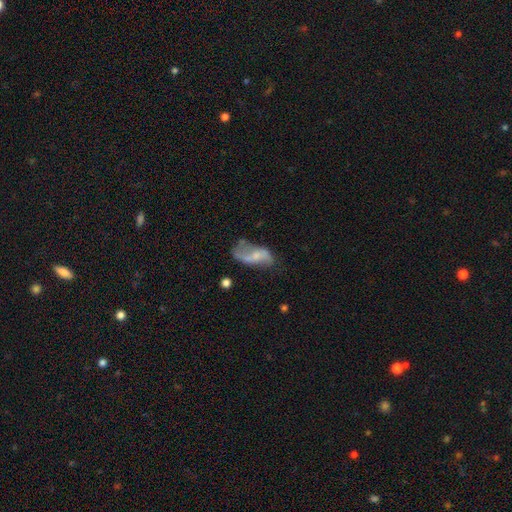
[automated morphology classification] Smooth or featured? Predicted: featured or disk (p=0.64). Edge-on disk? Predicted: no (p=0.95). Bar? Predicted: no (p=0.53). Spiral arms? Predicted: yes (p=0.78). Bulge size? Predicted: small (p=0.51). Merging? Predicted: none (p=0.44).